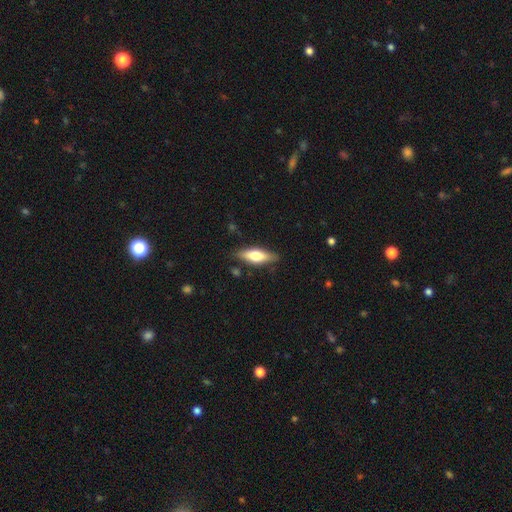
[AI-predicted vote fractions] This appears to be a smooth galaxy with no disk features (57%) that is in between round and cigar-shaped (54%). Merging: none (82%).